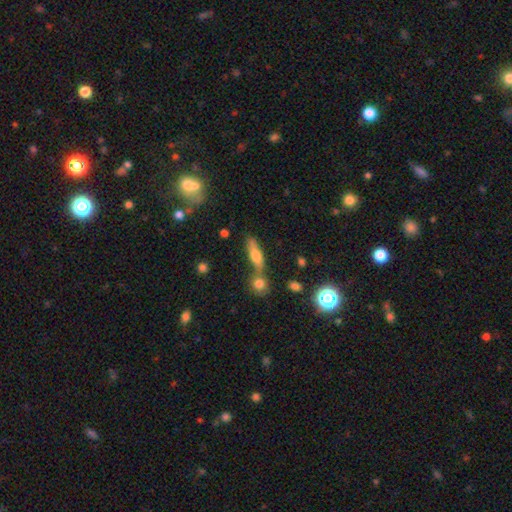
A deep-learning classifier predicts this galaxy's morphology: Smooth or featured: smooth — 58% (featured or disk — 31%)
How rounded: cigar-shaped — 58% (in between — 36%)
Merging: none — 56% (merger — 25%)